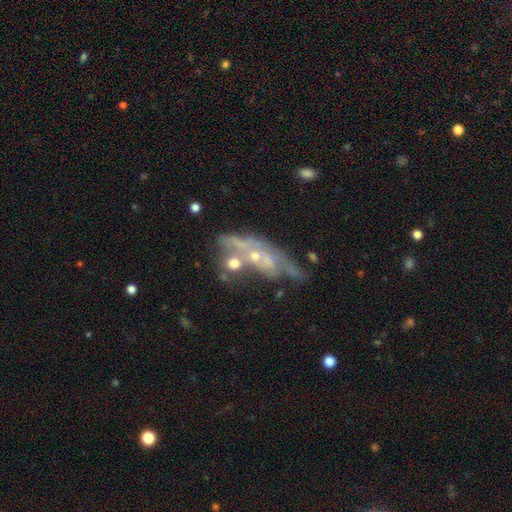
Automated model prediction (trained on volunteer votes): Smooth or featured?
  - featured or disk: 69% *
  - smooth: 20%
  - star or artifact: 11%
Edge-on disk?
  - no: 81% *
  - yes: 19%
Bar?
  - no: 76% *
  - weak: 19%
  - strong: 5%
Spiral arms?
  - no: 52% *
  - yes: 48%
Bulge size?
  - small: 60% *
  - moderate: 27%
  - none: 10%
  - large: 2%
  - dominant: 1%
Merging?
  - none: 34% *
  - merger: 27%
  - minor disturbance: 20%
  - major disturbance: 19%